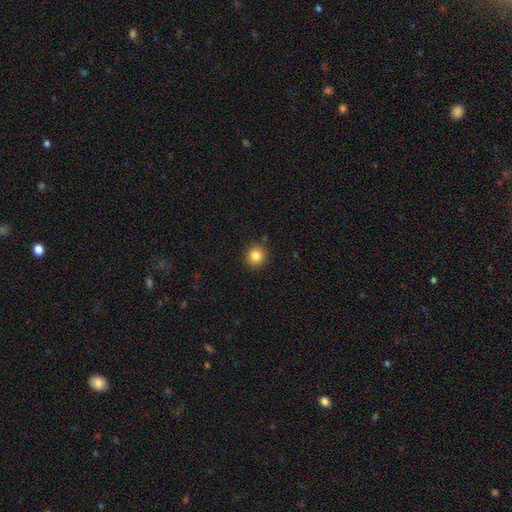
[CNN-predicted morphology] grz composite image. It shows a smooth galaxy with no disk features (84%) that is round (91%). Merging: none (90%).